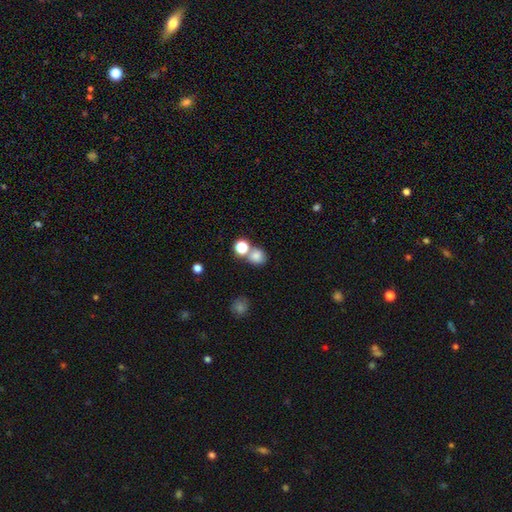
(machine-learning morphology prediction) A smooth galaxy with no disk features (77%) that is round (71%).

Vote fractions:
- Smooth or featured? smooth: 77% / star or artifact: 15% / featured or disk: 8%
- How rounded? round: 71% / in between: 28% / cigar-shaped: 1%
- Merging? none: 51% / merger: 35% / minor disturbance: 10% / major disturbance: 5%